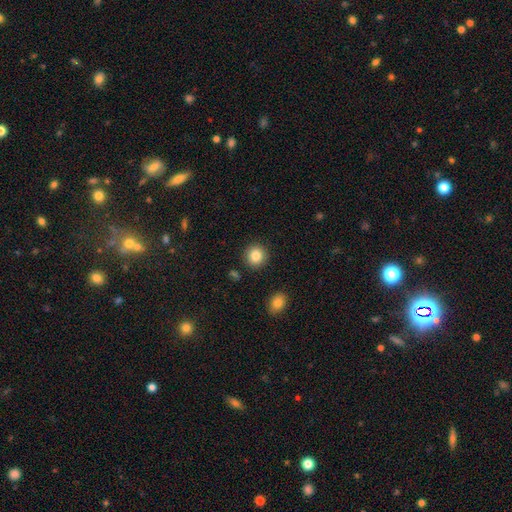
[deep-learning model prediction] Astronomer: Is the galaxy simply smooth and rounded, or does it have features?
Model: smooth — 85%.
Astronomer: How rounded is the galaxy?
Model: round — 91%.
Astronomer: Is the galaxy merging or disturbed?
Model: none — 90%.